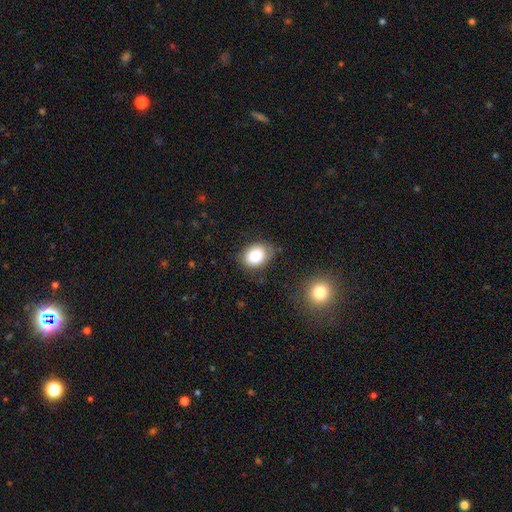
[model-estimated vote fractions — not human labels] smooth 85%, star or artifact 8%, featured or disk 7%. Down the decision tree: how rounded — in between (67%); merging — none (73%).